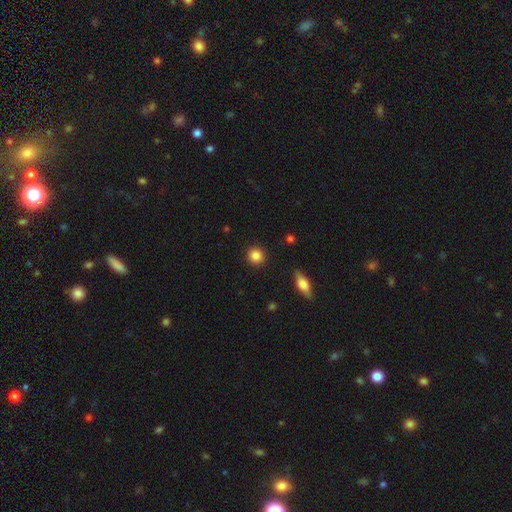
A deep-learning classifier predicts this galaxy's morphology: The model was most divided on "smooth or featured": smooth: 86%, star or artifact: 9%, featured or disk: 5%. More confident: how rounded — round (92%); merging — none (92%).